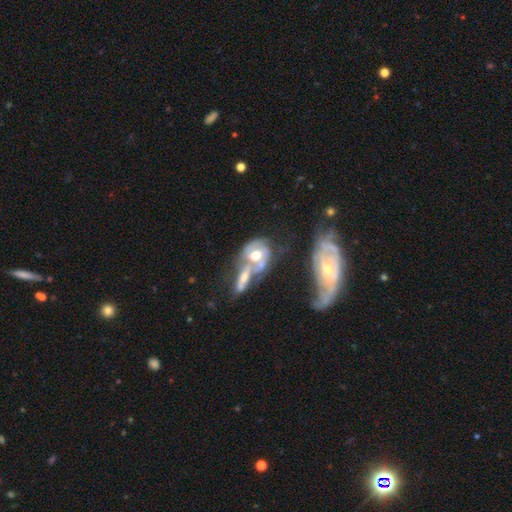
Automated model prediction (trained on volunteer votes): Overall: featured or disk (68%). Edge-on disk: no (92%). Bar: no (66%). Spiral arms: yes (64%; no 36%). Bulge size: moderate (58%; large 27%). Merging: merger (66%).